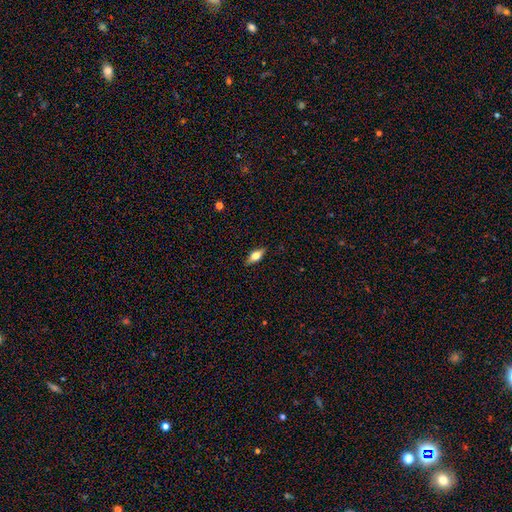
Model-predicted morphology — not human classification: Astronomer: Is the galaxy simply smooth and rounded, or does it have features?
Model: smooth — 50% (runner-up: featured or disk, 42%).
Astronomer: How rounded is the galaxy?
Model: in between — 69%.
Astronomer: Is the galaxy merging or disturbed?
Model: none — 88%.